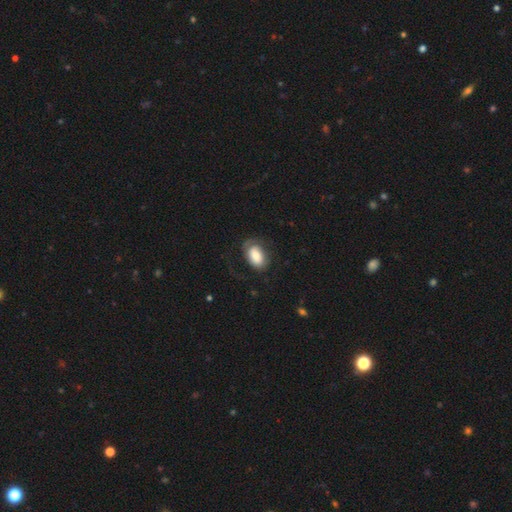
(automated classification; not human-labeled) Smooth or featured: smooth — 68% (featured or disk — 25%)
How rounded: in between — 90% (round — 8%)
Merging: none — 55% (major disturbance — 22%)